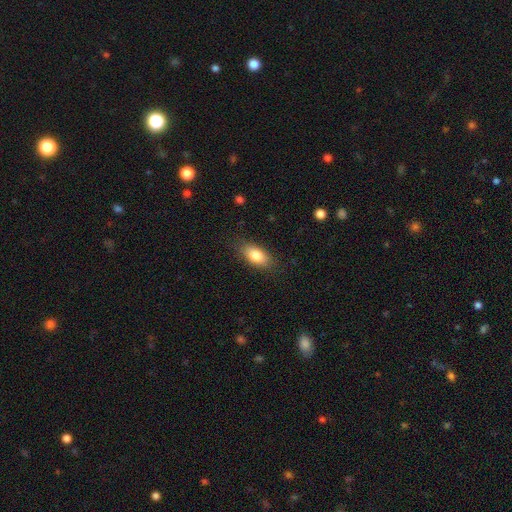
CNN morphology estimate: The model was most divided on "smooth or featured": smooth: 82%, featured or disk: 11%, star or artifact: 7%. More confident: how rounded — in between (87%); merging — none (84%).